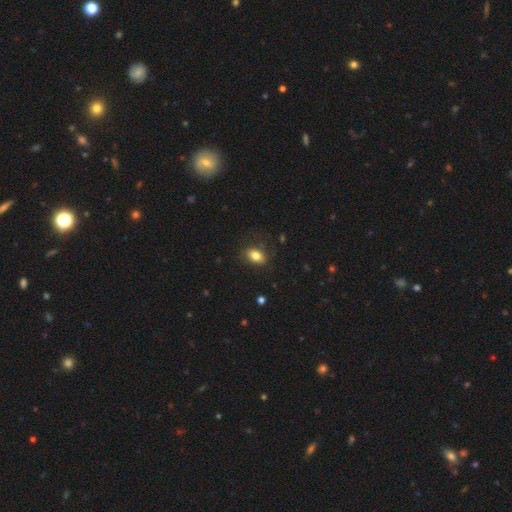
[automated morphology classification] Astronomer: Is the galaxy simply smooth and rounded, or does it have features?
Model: smooth — 82%.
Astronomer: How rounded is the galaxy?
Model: in between — 79%.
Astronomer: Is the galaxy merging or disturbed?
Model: none — 77%.